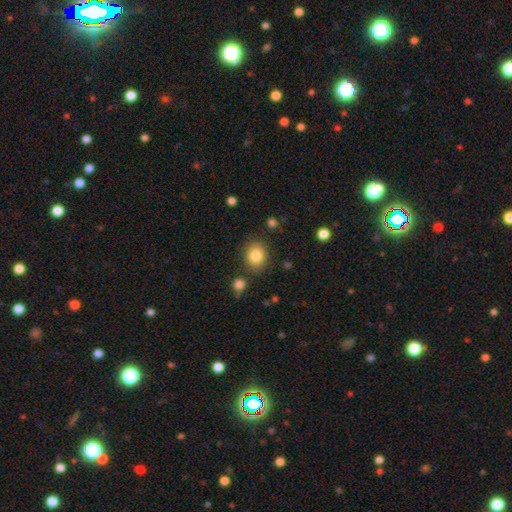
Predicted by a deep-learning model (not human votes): Morphology: type=smooth (83%); roundness=round (67%); merging=none (82%).